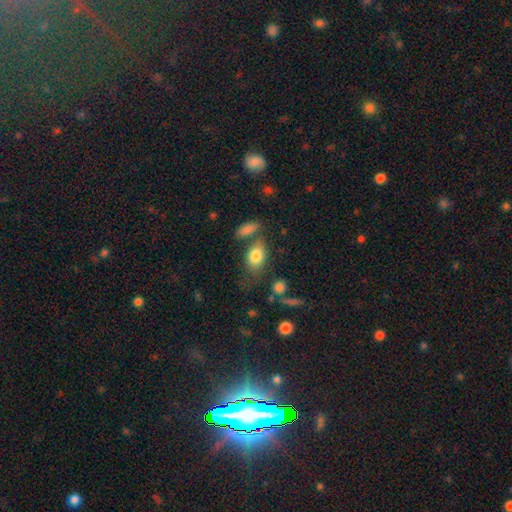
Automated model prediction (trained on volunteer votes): smooth 81%, featured or disk 12%, star or artifact 7%. Down the decision tree: how rounded — in between (86%); merging — none (58%).